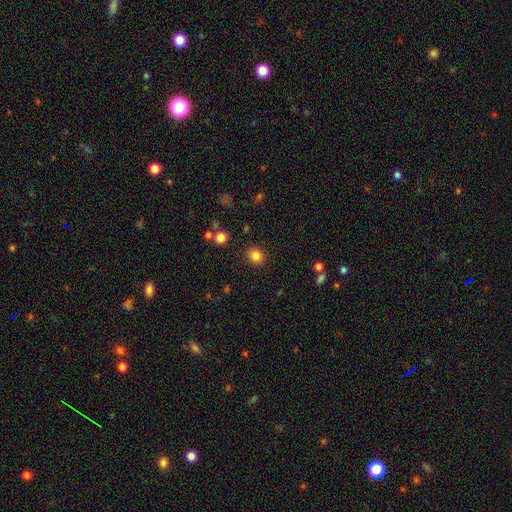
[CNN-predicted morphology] This is clearly a smooth galaxy (84%). How rounded: likely round (75%). Merging: clearly none (88%).